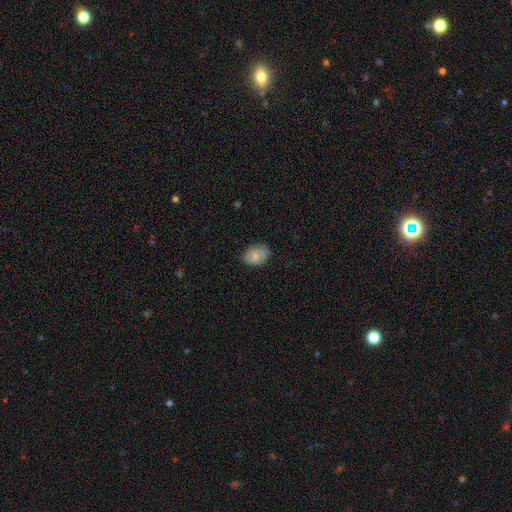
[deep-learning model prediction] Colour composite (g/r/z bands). It shows a smooth galaxy with no disk features (75%) that is in between round and cigar-shaped (76%). Merging: none (77%).